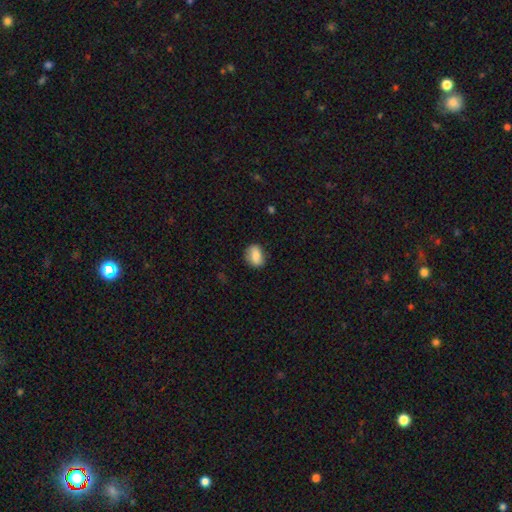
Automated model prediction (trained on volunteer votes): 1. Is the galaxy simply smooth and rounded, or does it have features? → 76% smooth, 16% featured or disk, 8% star or artifact.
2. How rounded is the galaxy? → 61% in between, 38% round, 2% cigar-shaped.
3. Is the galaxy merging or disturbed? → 81% none, 15% minor disturbance, 3% major disturbance, 1% merger.